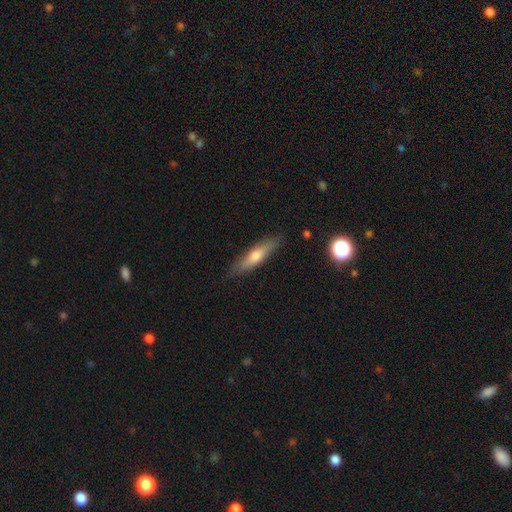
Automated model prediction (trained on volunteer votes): Morphology: type=smooth (55%); roundness=cigar-shaped (79%); merging=none (86%).